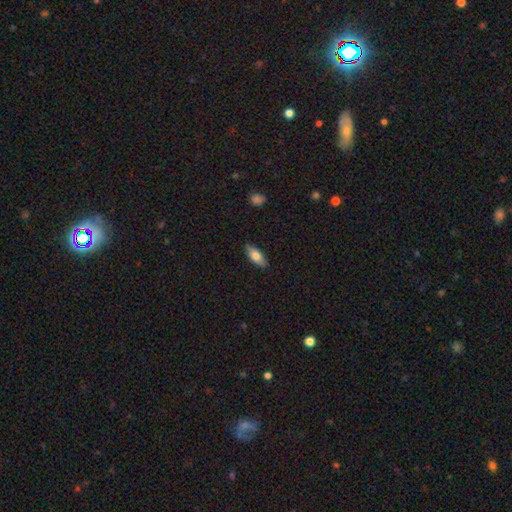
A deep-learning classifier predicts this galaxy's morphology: smooth_or_featured: smooth (p=0.74) [alt: featured or disk p=0.20]
how_rounded: in between (p=0.77) [alt: cigar-shaped p=0.21]
merging: none (p=0.87) [alt: minor disturbance p=0.10]